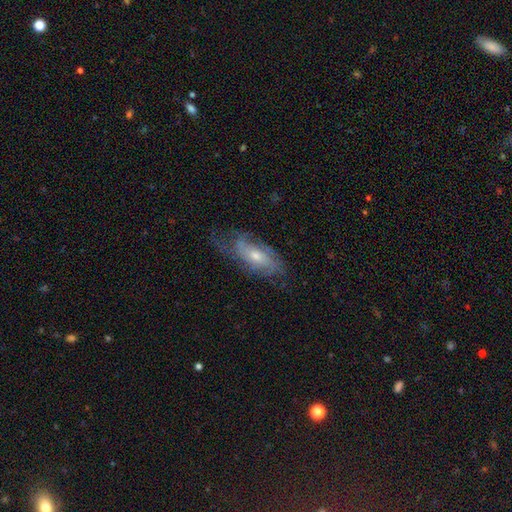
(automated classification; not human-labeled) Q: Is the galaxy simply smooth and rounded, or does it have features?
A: featured or disk — 67%.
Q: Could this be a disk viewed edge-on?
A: no — 85%.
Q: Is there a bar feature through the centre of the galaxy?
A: no — 68%.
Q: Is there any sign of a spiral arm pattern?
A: yes — 81%.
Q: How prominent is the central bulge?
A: moderate — 52%.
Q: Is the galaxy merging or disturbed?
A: none — 60%.